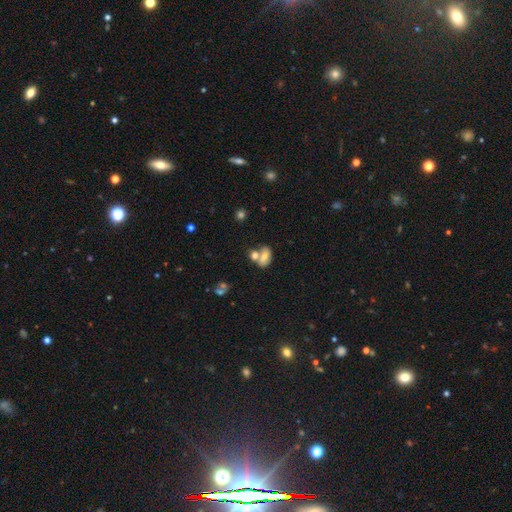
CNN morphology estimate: The model was most divided on "merging": merger: 48%, none: 35%, minor disturbance: 12%, major disturbance: 6%. More confident: how rounded — in between (77%); smooth or featured — smooth (66%).